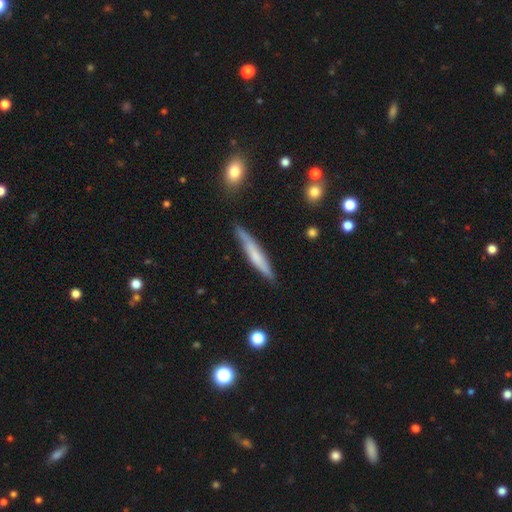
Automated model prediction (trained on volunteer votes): Overall: smooth (55%; featured or disk 39%). How rounded: cigar-shaped (93%). Merging: none (77%).